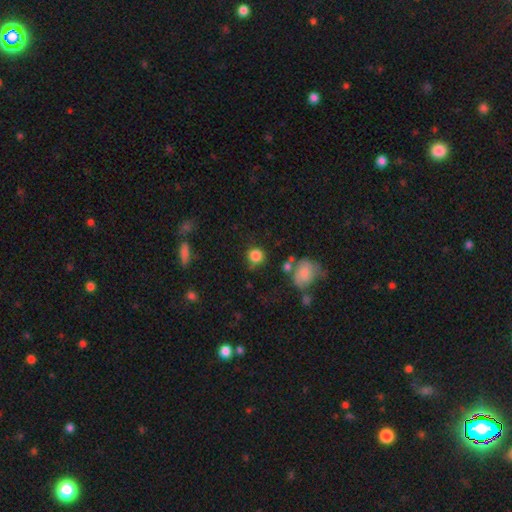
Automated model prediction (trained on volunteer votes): This is clearly a smooth galaxy (84%). How rounded: clearly round (88%). Merging: likely none (72%).